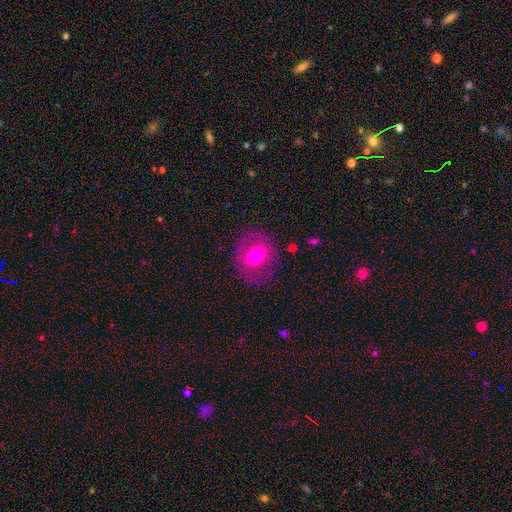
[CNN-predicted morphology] A smooth galaxy with no disk features (55%) that is round (63%). Merging: none (78%).